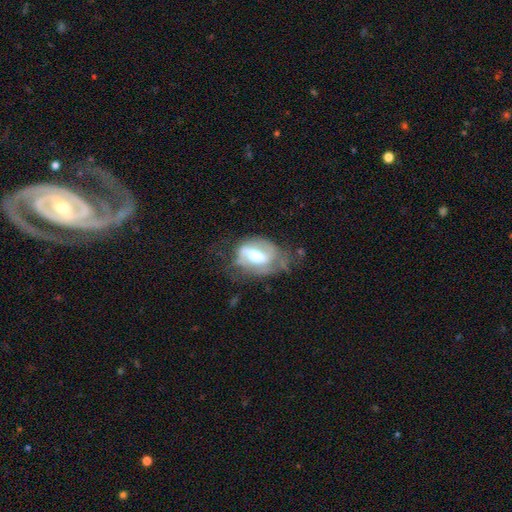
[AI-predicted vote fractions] Overall: featured or disk (65%; smooth 28%). Edge-on disk: no (95%). Bar: weak (42%; strong 34%). Spiral arms: yes (72%). Bulge size: moderate (56%; large 21%). Merging: none (39%; minor disturbance 29%).